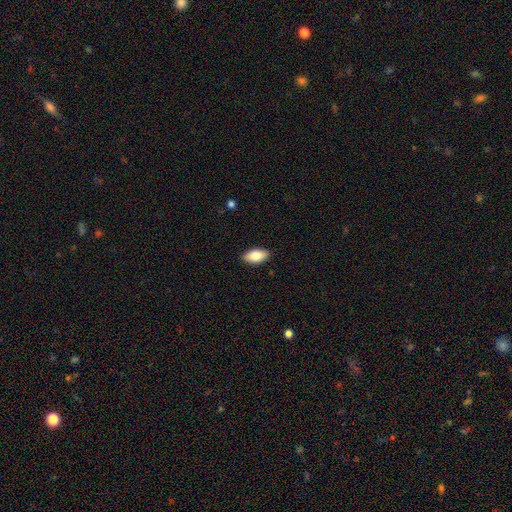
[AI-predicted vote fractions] A smooth galaxy with no disk features (84%) that is in between round and cigar-shaped (92%). Merging: none (89%).